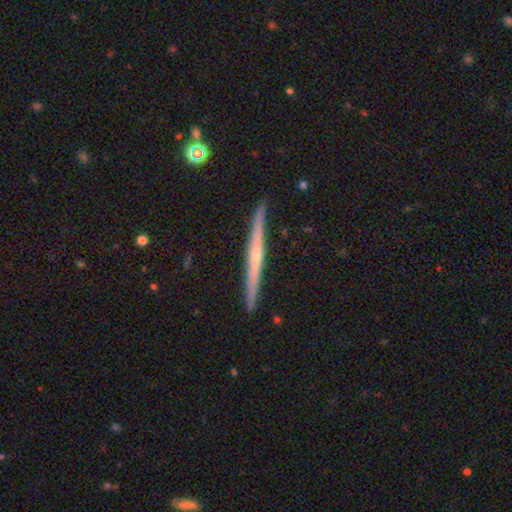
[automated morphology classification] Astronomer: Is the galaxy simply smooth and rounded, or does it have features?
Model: featured or disk — 70%.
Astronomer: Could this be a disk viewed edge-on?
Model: yes — 98%.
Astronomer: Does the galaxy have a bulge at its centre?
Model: rounded — 52% (runner-up: none, 43%).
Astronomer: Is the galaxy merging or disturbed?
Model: none — 92%.